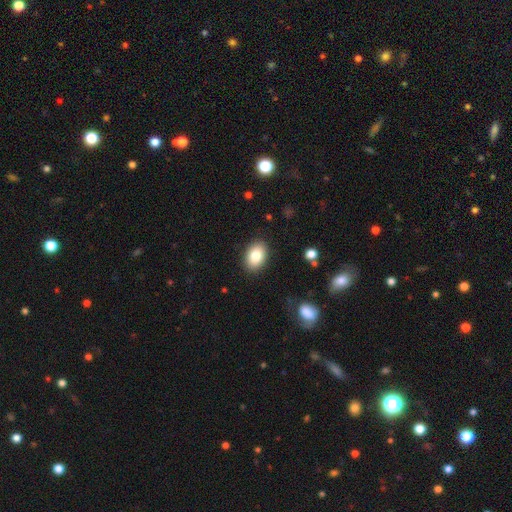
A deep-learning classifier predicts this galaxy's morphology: Smooth or featured: smooth — 83% (featured or disk — 10%)
How rounded: in between — 85% (round — 14%)
Merging: none — 88% (minor disturbance — 8%)